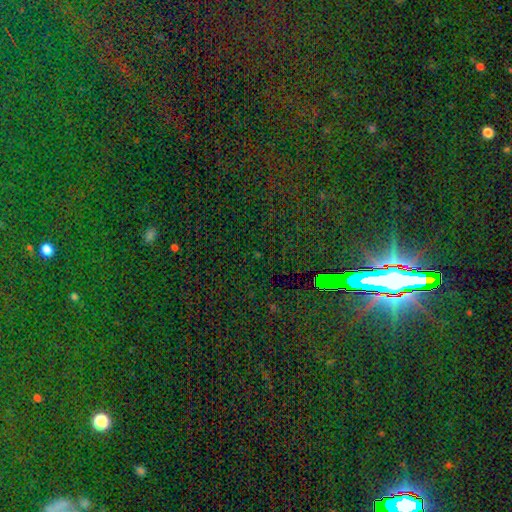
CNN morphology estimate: star or artifact 84%, smooth 9%, featured or disk 8%.